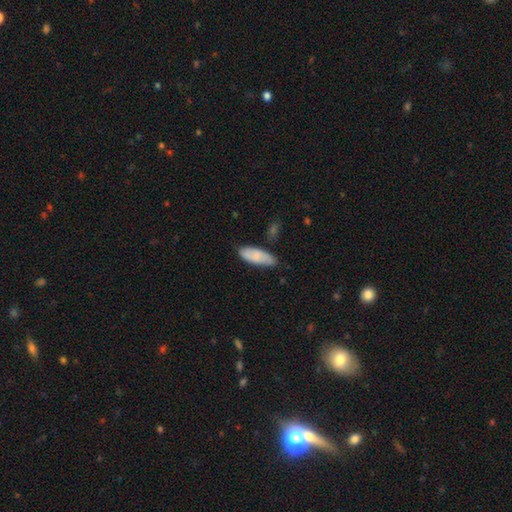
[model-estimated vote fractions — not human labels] smooth 75%, featured or disk 19%, star or artifact 6%. Down the decision tree: how rounded — in between (76%); merging — none (69%).